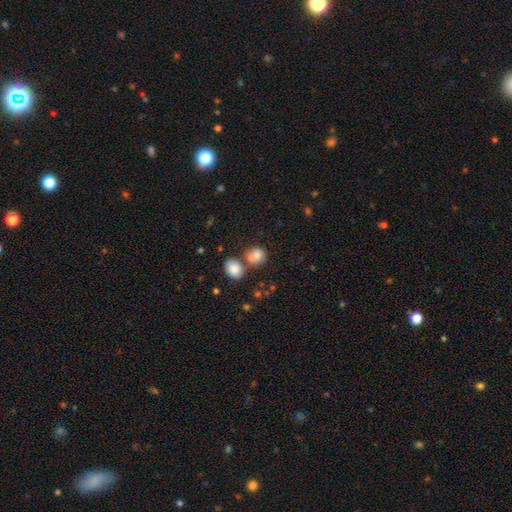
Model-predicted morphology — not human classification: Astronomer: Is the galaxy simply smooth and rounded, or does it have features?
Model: smooth — 81%.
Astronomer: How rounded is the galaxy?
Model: round — 69%.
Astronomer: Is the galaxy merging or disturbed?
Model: none — 43% (runner-up: merger, 41%).